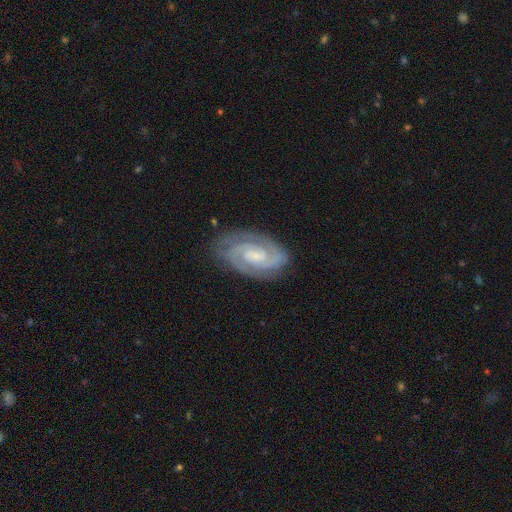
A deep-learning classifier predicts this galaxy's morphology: Q: Smooth or featured?
A: featured or disk (89%); runner-up: smooth (6%)
Q: Edge-on disk?
A: no (97%); runner-up: yes (3%)
Q: Bar?
A: weak (45%); runner-up: no (42%)
Q: Spiral arms?
A: yes (98%); runner-up: no (2%)
Q: Spiral winding?
A: tight (65%); runner-up: medium (31%)
Q: Spiral arm count?
A: 2 (85%); runner-up: 3 (6%)
Q: Bulge size?
A: small (49%); runner-up: moderate (29%)
Q: Merging?
A: none (82%); runner-up: minor disturbance (14%)